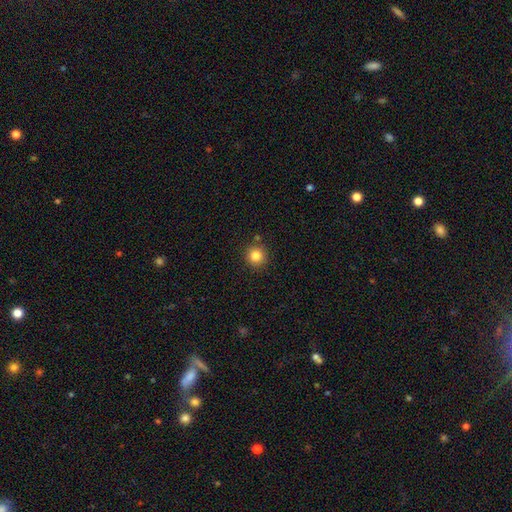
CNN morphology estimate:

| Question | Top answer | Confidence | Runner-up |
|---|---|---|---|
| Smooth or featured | smooth | 83% | star or artifact (11%) |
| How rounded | round | 93% | in between (7%) |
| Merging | none | 87% | minor disturbance (7%) |